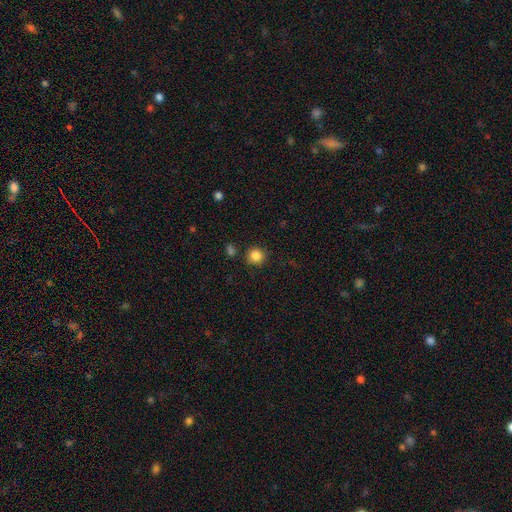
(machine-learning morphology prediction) smooth-or-featured: smooth: 86% | star or artifact: 11% | featured or disk: 4%
  how-rounded: round: 92% | in between: 7% | cigar-shaped: 1%
  merging: none: 87% | minor disturbance: 8% | merger: 3% | major disturbance: 2%